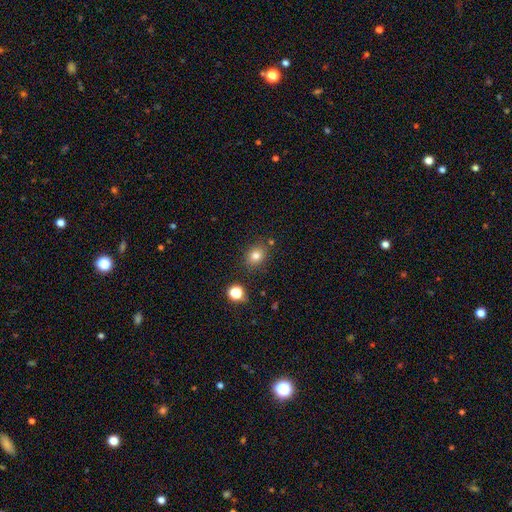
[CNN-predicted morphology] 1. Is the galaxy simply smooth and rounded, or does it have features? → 79% smooth, 13% star or artifact, 8% featured or disk.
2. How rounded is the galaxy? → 62% round, 37% in between, 1% cigar-shaped.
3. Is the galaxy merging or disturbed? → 81% none, 11% minor disturbance, 5% merger, 3% major disturbance.